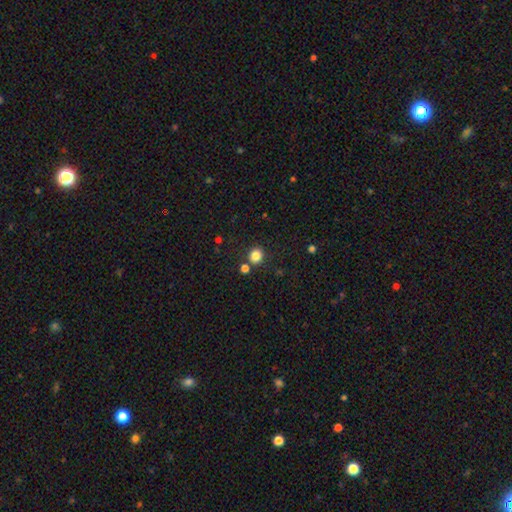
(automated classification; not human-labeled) smooth-or-featured: smooth: 83% | star or artifact: 13% | featured or disk: 5%
  how-rounded: round: 82% | in between: 17% | cigar-shaped: 1%
  merging: none: 79% | merger: 10% | minor disturbance: 8% | major disturbance: 3%